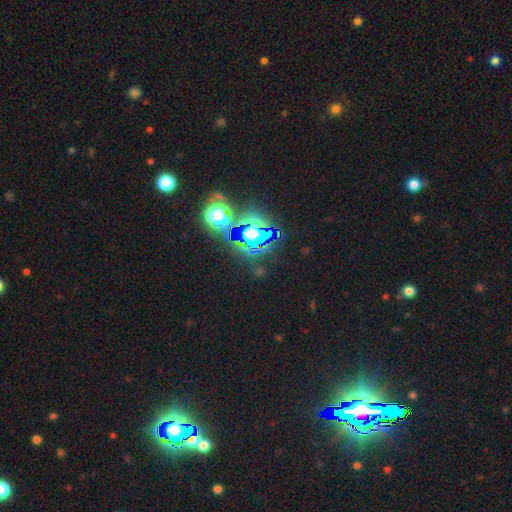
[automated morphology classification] The model was most divided on "smooth or featured": star or artifact: 82%, smooth: 11%, featured or disk: 7%.